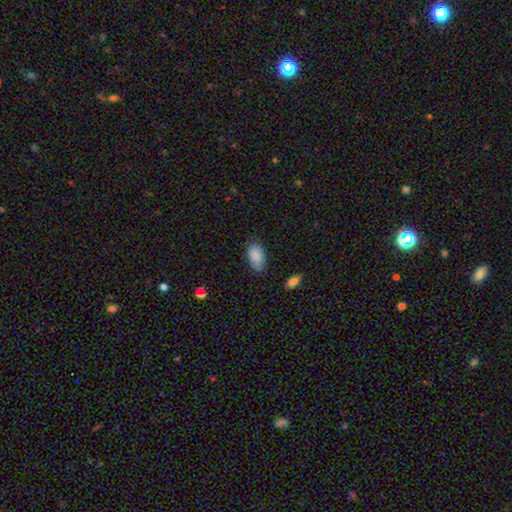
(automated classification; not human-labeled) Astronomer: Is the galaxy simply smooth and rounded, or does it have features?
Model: smooth — 89%.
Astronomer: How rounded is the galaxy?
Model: in between — 94%.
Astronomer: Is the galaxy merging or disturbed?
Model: none — 78%.